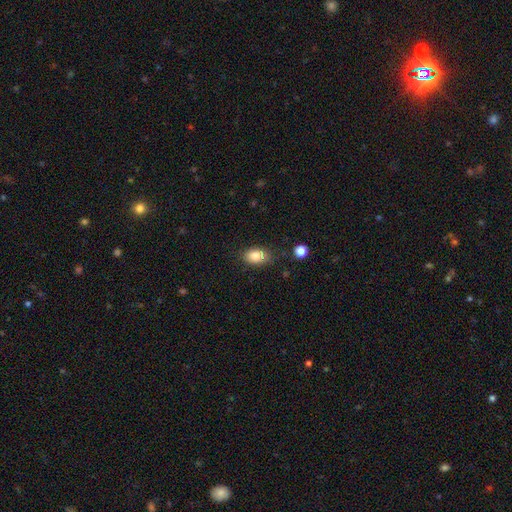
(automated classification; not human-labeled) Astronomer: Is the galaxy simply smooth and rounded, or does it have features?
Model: smooth — 82%.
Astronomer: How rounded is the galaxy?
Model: in between — 83%.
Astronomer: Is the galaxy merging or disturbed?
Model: none — 67%.